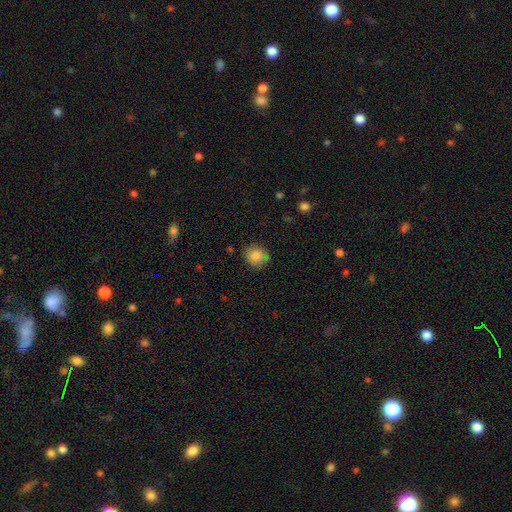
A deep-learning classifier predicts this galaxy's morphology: This appears to be a smooth galaxy with no disk features (85%) that is round (82%). Merging: none (84%).